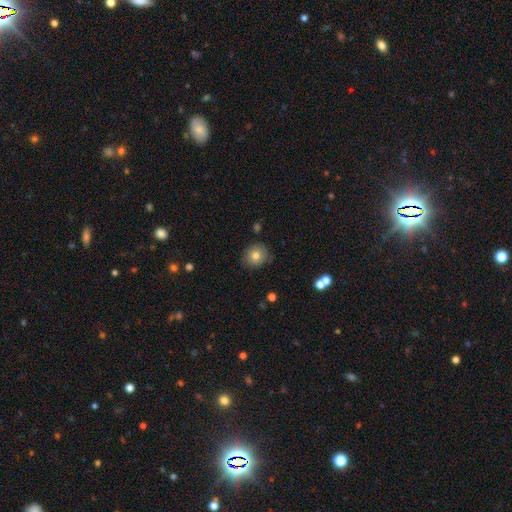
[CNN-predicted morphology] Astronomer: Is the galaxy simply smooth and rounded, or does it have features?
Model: smooth — 77%.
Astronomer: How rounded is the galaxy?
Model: round — 84%.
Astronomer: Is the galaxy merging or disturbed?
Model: none — 83%.